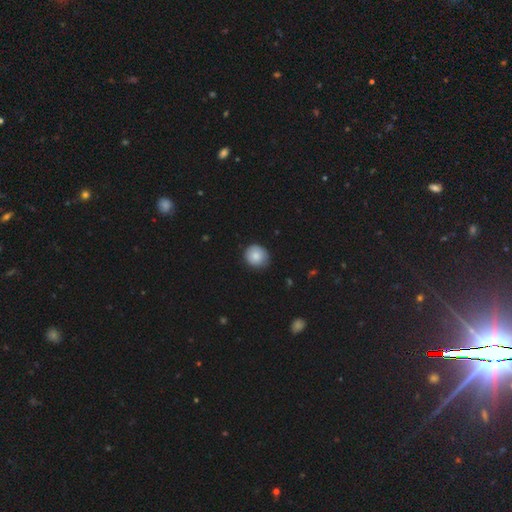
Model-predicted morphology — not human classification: A smooth galaxy with no disk features (83%) that is round (86%). Merging: none (82%).